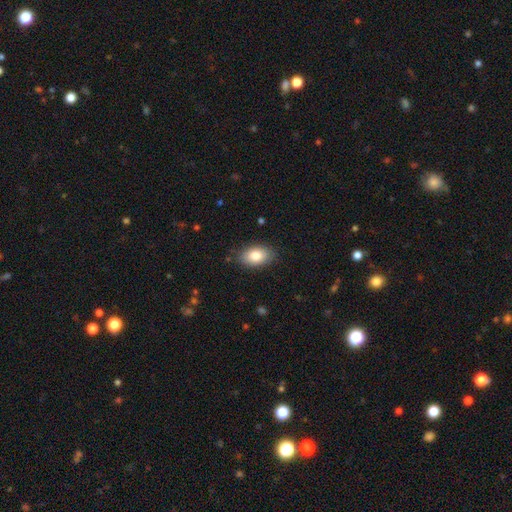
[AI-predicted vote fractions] This is clearly a smooth galaxy (83%). How rounded: clearly in between (90%). Merging: clearly none (85%).